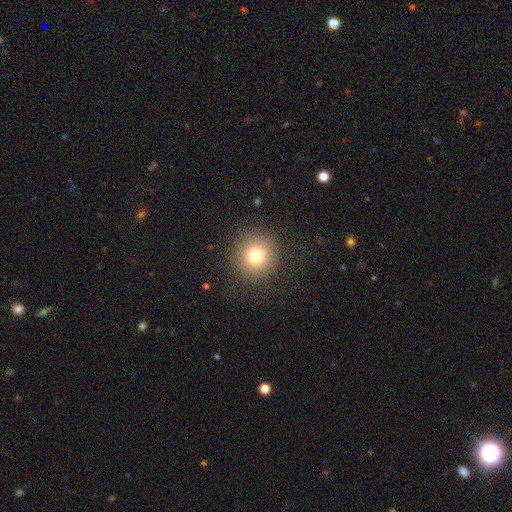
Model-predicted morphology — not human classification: This is likely a smooth galaxy (77%). How rounded: clearly round (94%). Merging: clearly none (88%).